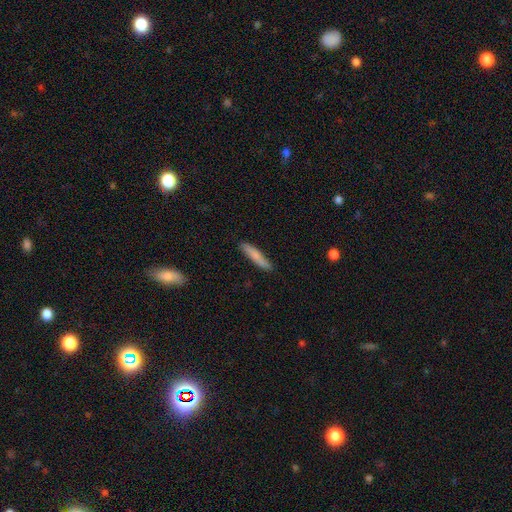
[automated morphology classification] Smooth or featured: smooth — 76% (featured or disk — 18%)
How rounded: cigar-shaped — 90% (in between — 8%)
Merging: none — 87% (minor disturbance — 10%)